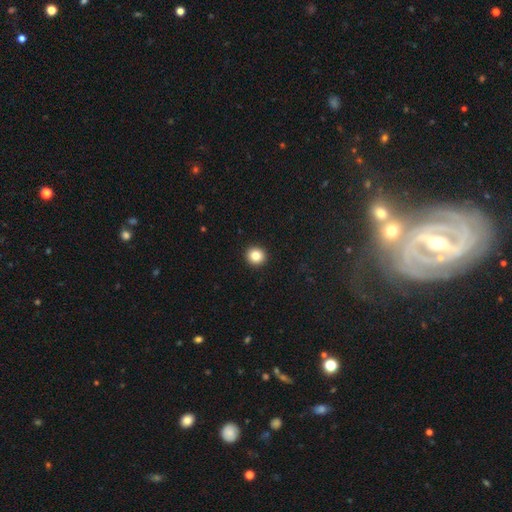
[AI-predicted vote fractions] Q: Smooth or featured?
A: smooth (84%); runner-up: star or artifact (10%)
Q: How rounded?
A: round (92%); runner-up: in between (7%)
Q: Merging?
A: none (94%); runner-up: minor disturbance (4%)